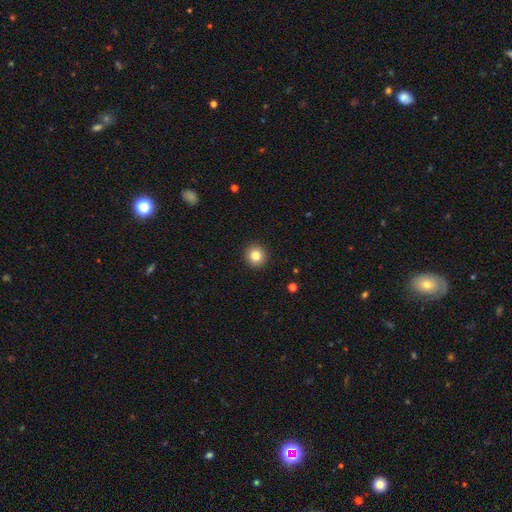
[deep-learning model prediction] Smooth or featured? Predicted: smooth (p=0.83). How rounded? Predicted: round (p=0.94). Merging? Predicted: none (p=0.93).